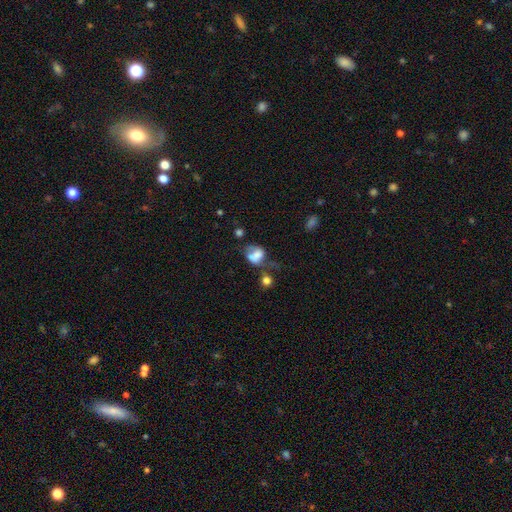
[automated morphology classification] smooth 59%, featured or disk 30%, star or artifact 11%. Down the decision tree: how rounded — in between (62%); merging — major disturbance (30%).